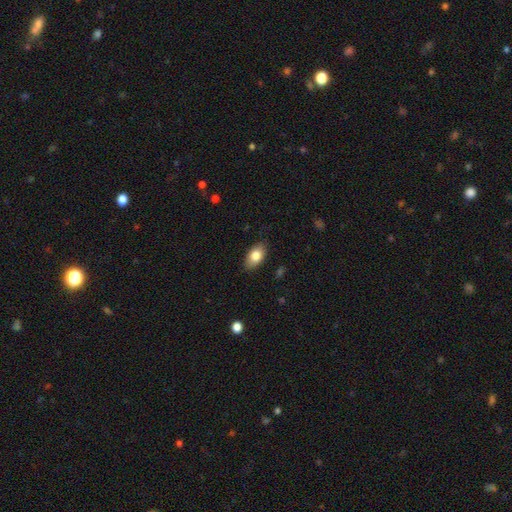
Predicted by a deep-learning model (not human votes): Smooth or featured: smooth — 81% (featured or disk — 12%)
How rounded: in between — 91% (round — 7%)
Merging: none — 85% (minor disturbance — 12%)